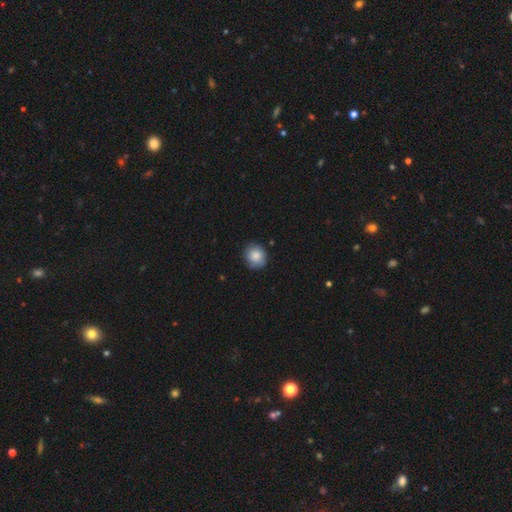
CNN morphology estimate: smooth 84%, featured or disk 8%, star or artifact 8%. Down the decision tree: how rounded — round (82%); merging — none (82%).